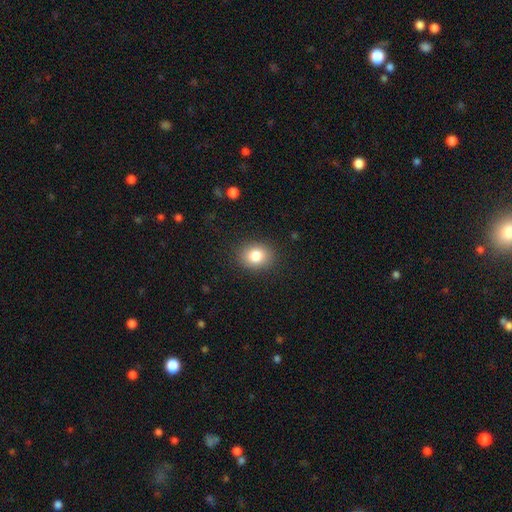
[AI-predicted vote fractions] The model was most divided on "how rounded": round: 55%, in between: 44%, cigar-shaped: 1%. More confident: merging — none (88%); smooth or featured — smooth (82%).